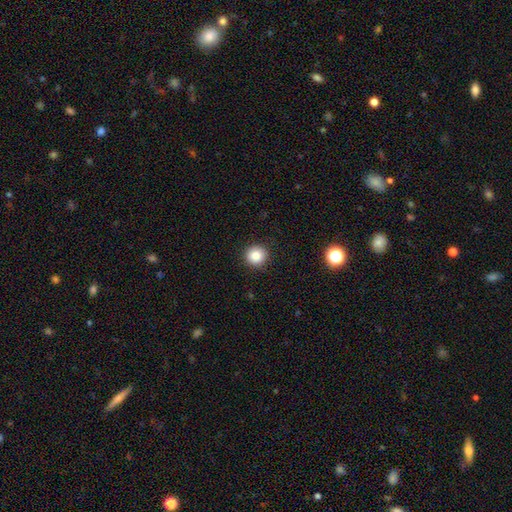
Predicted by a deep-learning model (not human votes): A smooth galaxy with no disk features (86%) that is round (94%). Merging: none (91%).